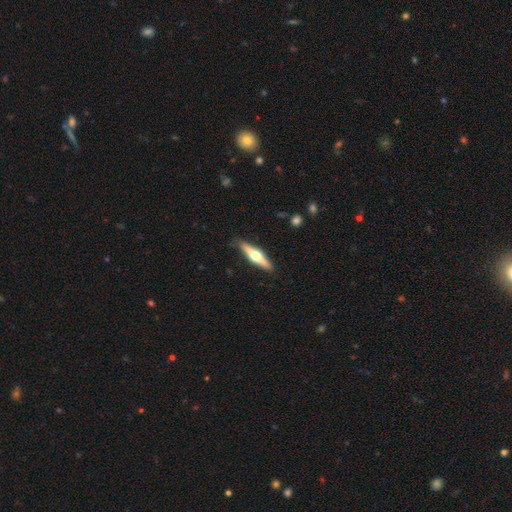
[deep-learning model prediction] Smooth or featured?
  - featured or disk: 63% *
  - smooth: 32%
  - star or artifact: 5%
Edge-on disk?
  - yes: 96% *
  - no: 4%
Edge-on bulge?
  - rounded: 95% *
  - boxy: 3%
  - none: 2%
Merging?
  - none: 89% *
  - minor disturbance: 8%
  - major disturbance: 2%
  - merger: 1%